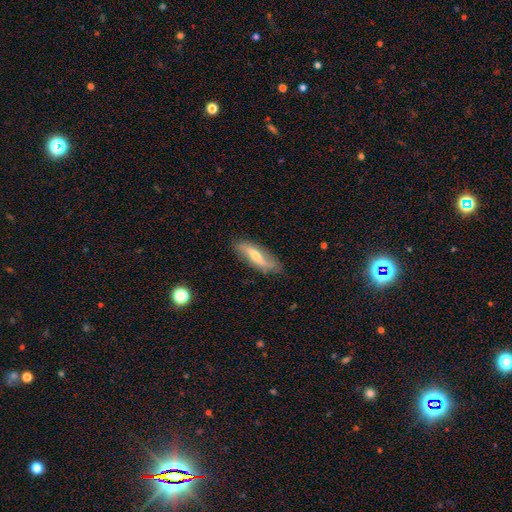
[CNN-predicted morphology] A featured or disk galaxy (59%). Merging: none (80%).